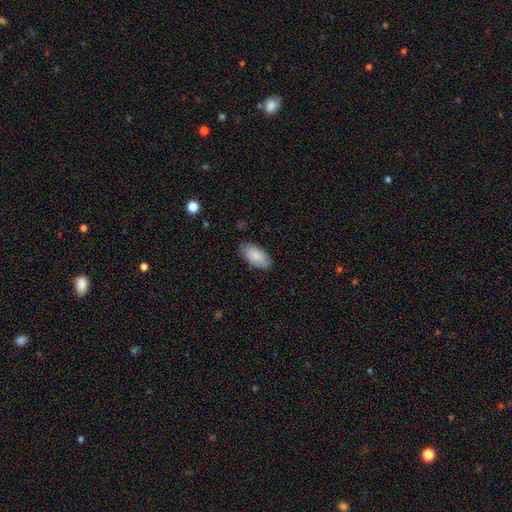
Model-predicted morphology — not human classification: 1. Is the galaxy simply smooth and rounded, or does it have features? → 86% smooth, 8% featured or disk, 6% star or artifact.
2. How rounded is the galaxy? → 94% in between, 3% cigar-shaped, 2% round.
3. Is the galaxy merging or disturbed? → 83% none, 13% minor disturbance, 2% major disturbance, 1% merger.